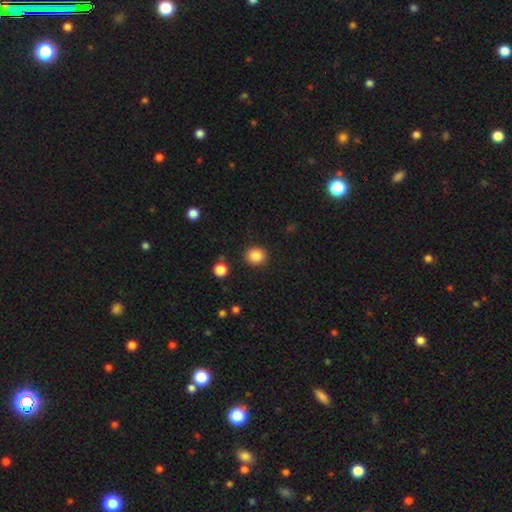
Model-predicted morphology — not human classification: smooth 86%, star or artifact 10%, featured or disk 4%. Down the decision tree: how rounded — round (79%); merging — none (89%).